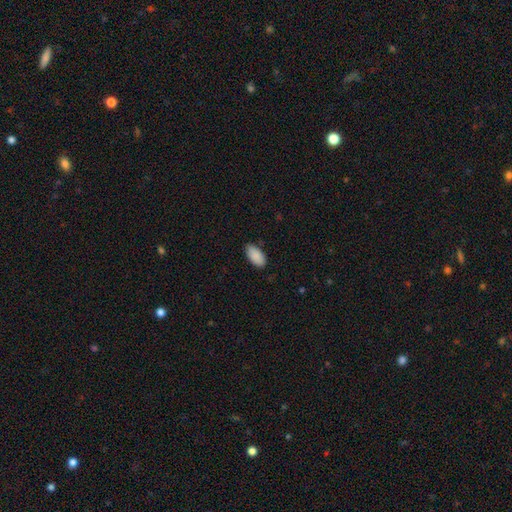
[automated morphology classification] type=smooth (90%); roundness=in between (94%); merging=none (83%).